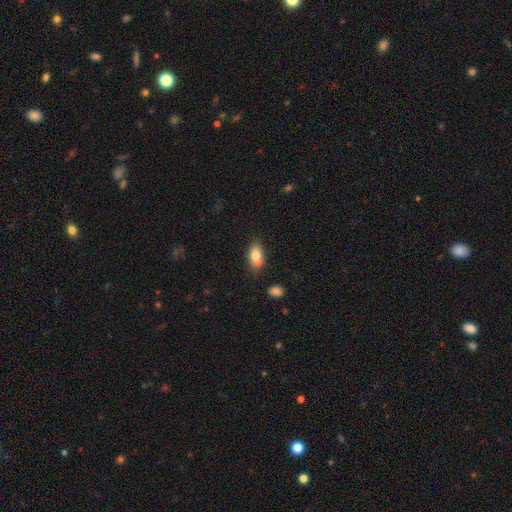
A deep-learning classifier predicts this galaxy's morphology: smooth 81%, featured or disk 12%, star or artifact 7%. Down the decision tree: how rounded — in between (91%); merging — none (79%).